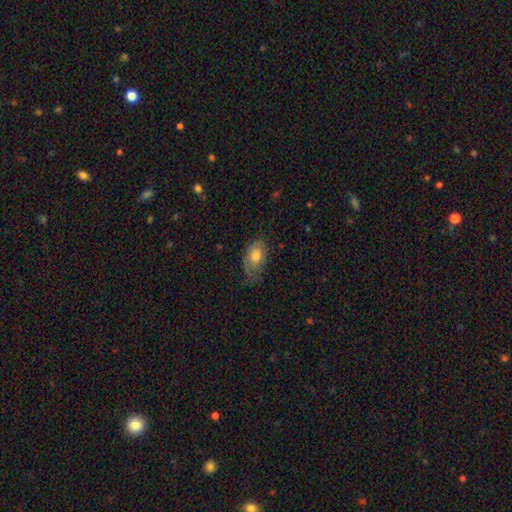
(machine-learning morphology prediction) Smooth or featured? smooth (66%)
How rounded? in between (89%)
Merging? none (50%)